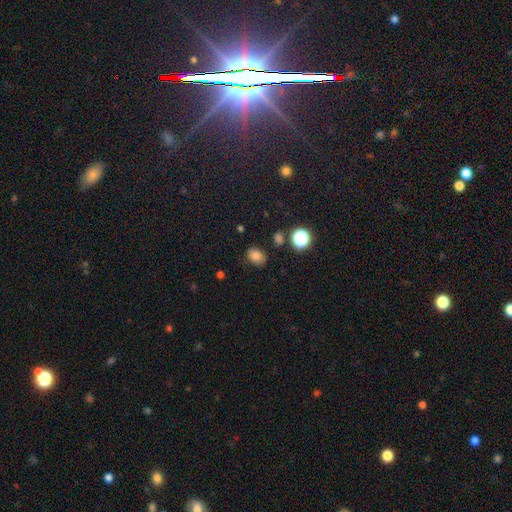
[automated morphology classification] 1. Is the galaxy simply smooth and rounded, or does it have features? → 79% smooth, 14% star or artifact, 7% featured or disk.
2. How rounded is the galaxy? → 65% in between, 34% round, 1% cigar-shaped.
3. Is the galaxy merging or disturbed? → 81% none, 13% minor disturbance, 3% major disturbance, 3% merger.